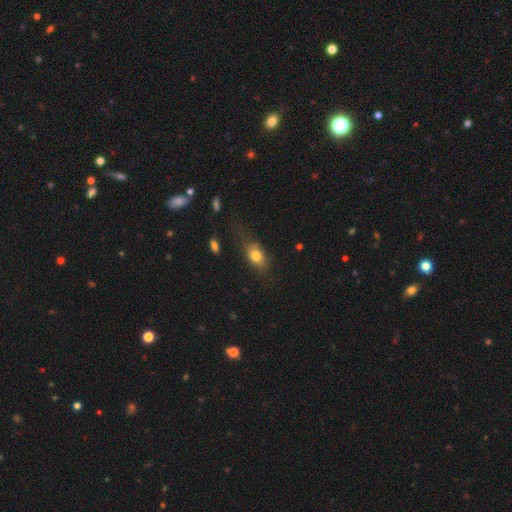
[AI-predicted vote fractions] This is likely a smooth galaxy (77%). How rounded: likely in between (75%). Merging: possibly none (59%).